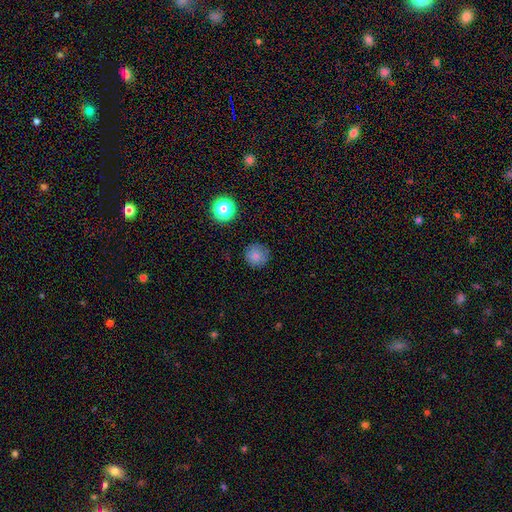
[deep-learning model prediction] smooth_or_featured: smooth (p=0.82) [alt: star or artifact p=0.12]
how_rounded: round (p=0.95) [alt: in between p=0.04]
merging: none (p=0.87) [alt: minor disturbance p=0.09]